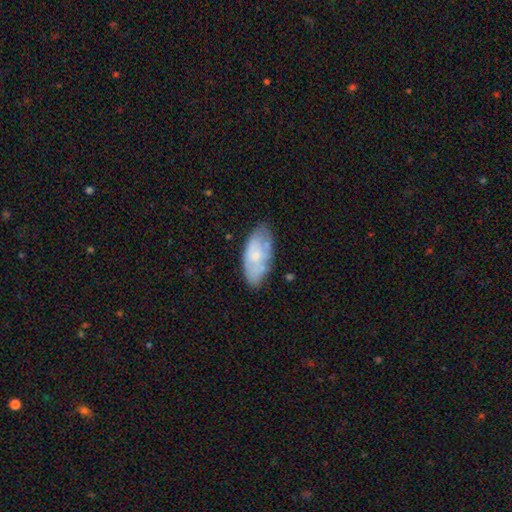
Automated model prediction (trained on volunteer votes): Smooth or featured: smooth — 55% (featured or disk — 39%)
How rounded: in between — 92% (cigar-shaped — 6%)
Merging: none — 65% (minor disturbance — 25%)